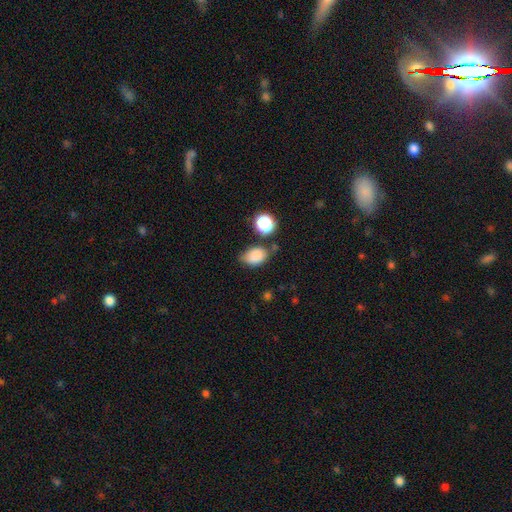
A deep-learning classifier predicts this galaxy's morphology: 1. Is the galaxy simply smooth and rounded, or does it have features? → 84% smooth, 10% star or artifact, 6% featured or disk.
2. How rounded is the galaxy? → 79% in between, 20% round, 1% cigar-shaped.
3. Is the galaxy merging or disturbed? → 59% none, 25% minor disturbance, 10% merger, 6% major disturbance.